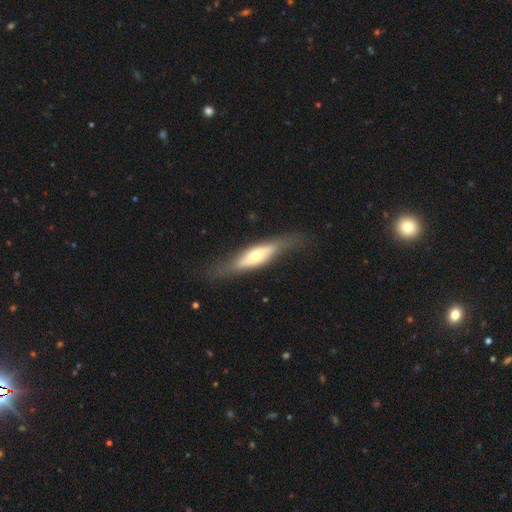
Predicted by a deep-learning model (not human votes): This appears to be a featured or disk galaxy (58%) viewed edge-on (67%). Merging: none (71%).